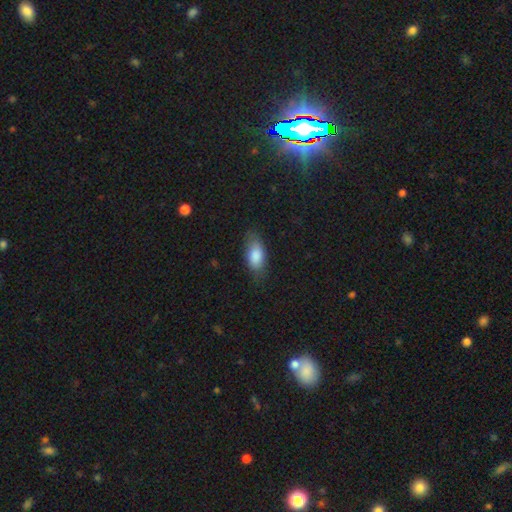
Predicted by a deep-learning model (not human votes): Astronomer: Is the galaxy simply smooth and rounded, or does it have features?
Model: smooth — 84%.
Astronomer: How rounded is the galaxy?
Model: in between — 88%.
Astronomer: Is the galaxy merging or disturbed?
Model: none — 72%.